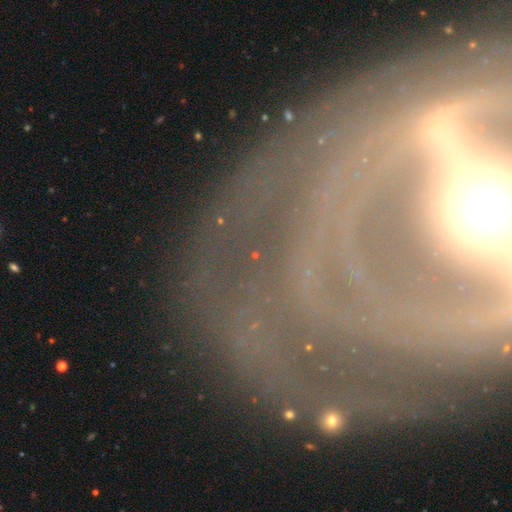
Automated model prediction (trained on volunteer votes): The model was most divided on "bulge size": moderate: 41%, small: 38%, large: 10%, none: 6%, dominant: 4%. Remaining: edge-on disk — no (88%); spiral arms — yes (77%); merging — none (72%); smooth or featured — featured or disk (59%); bar — strong (40%).